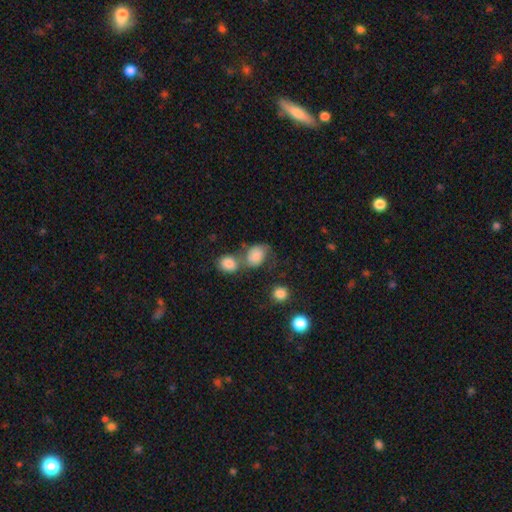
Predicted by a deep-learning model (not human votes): This is likely a smooth galaxy (76%). How rounded: possibly in between (55%). Merging: marginally merger (43%).